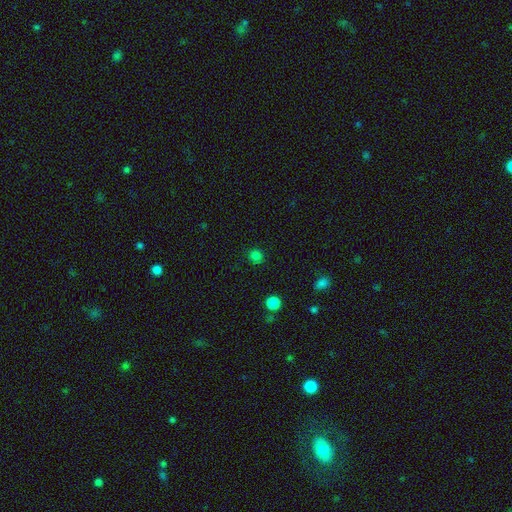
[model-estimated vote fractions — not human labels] smooth_or_featured: smooth (p=0.79) [alt: star or artifact p=0.17]
how_rounded: round (p=0.91) [alt: in between p=0.08]
merging: none (p=0.89) [alt: minor disturbance p=0.07]